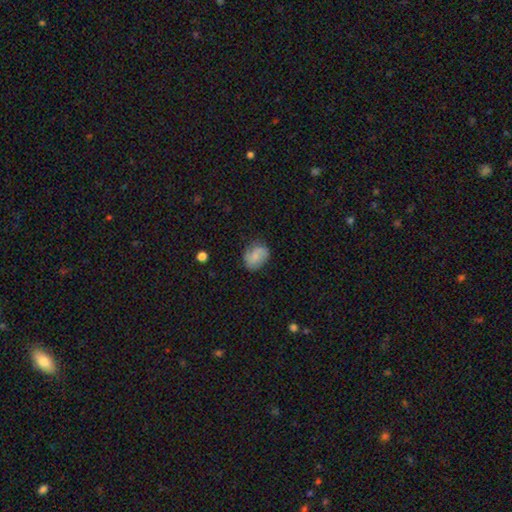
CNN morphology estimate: Q: Smooth or featured?
A: smooth (52%); runner-up: featured or disk (40%)
Q: How rounded?
A: in between (56%); runner-up: round (43%)
Q: Merging?
A: none (72%); runner-up: minor disturbance (21%)